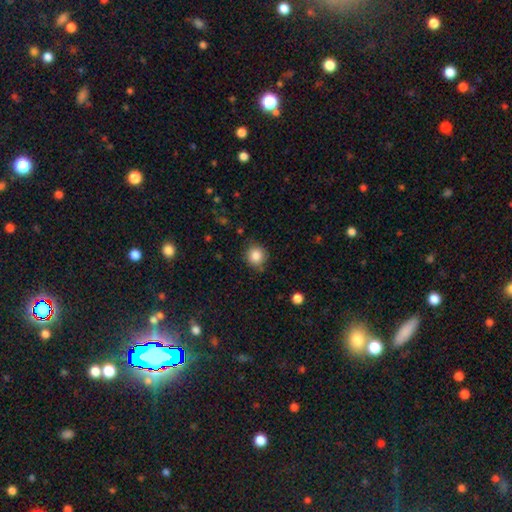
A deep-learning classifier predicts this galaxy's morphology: Smooth or featured: smooth — 86% (star or artifact — 10%)
How rounded: round — 90% (in between — 9%)
Merging: none — 81% (minor disturbance — 13%)